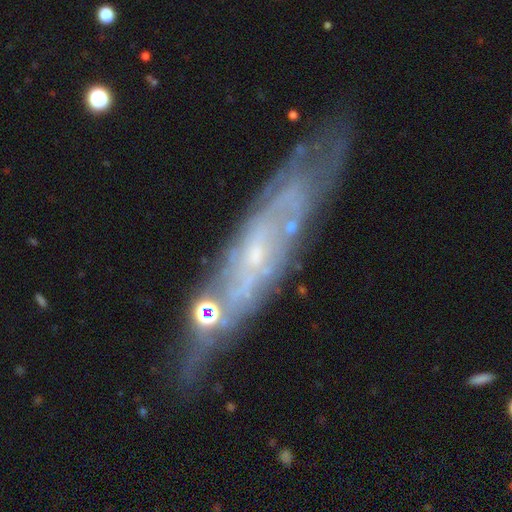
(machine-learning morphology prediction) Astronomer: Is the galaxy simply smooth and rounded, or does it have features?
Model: featured or disk — 76%.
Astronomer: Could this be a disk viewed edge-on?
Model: no — 65%.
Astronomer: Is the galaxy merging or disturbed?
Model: none — 72%.